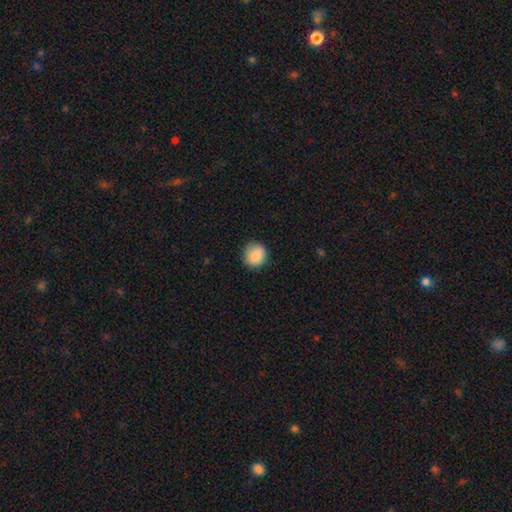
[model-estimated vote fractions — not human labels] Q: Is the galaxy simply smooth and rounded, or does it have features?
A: smooth — 88%.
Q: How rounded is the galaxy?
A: round — 88%.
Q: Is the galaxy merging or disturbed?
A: none — 84%.